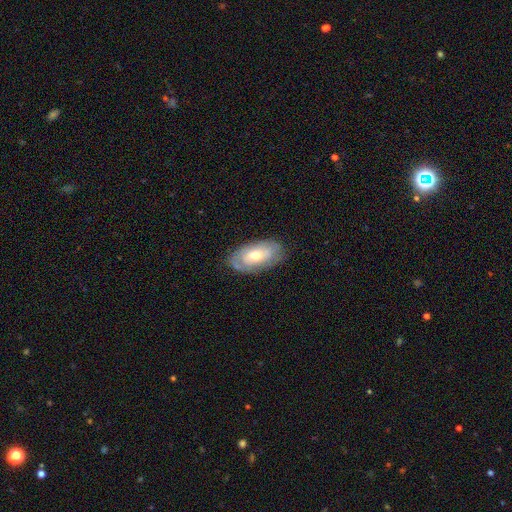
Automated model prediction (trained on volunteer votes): smooth_or_featured: featured or disk (p=0.50) [alt: smooth p=0.44]
disk_edge_on: no (p=0.88) [alt: yes p=0.12]
merging: none (p=0.75) [alt: minor disturbance p=0.19]